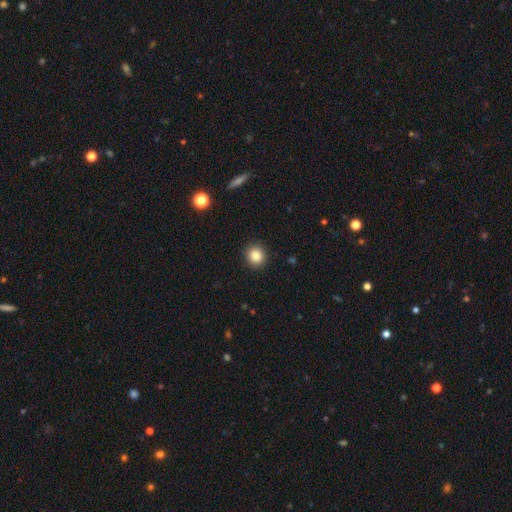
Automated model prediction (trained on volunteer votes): Smooth or featured? smooth (85%)
How rounded? round (87%)
Merging? none (92%)